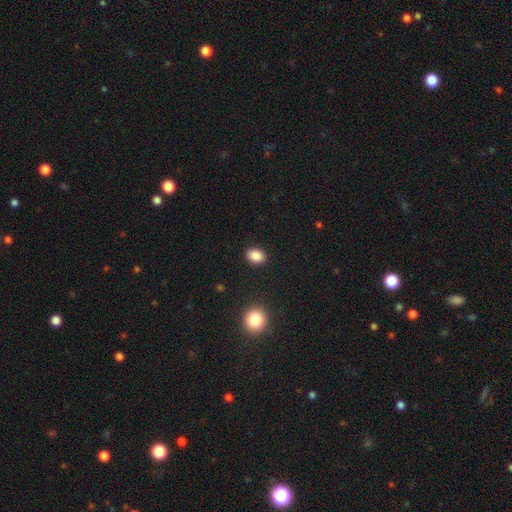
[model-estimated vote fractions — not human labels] Smooth or featured?
  - smooth: 87% *
  - star or artifact: 9%
  - featured or disk: 4%
How rounded?
  - in between: 68% *
  - round: 30%
  - cigar-shaped: 1%
Merging?
  - none: 90% *
  - minor disturbance: 7%
  - major disturbance: 2%
  - merger: 1%